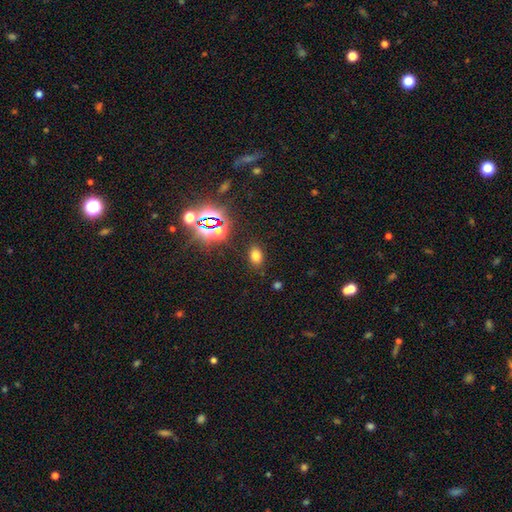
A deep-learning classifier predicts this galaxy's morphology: The model was most divided on "smooth or featured": smooth: 70%, star or artifact: 23%, featured or disk: 7%. More confident: merging — none (85%); how rounded — in between (76%).